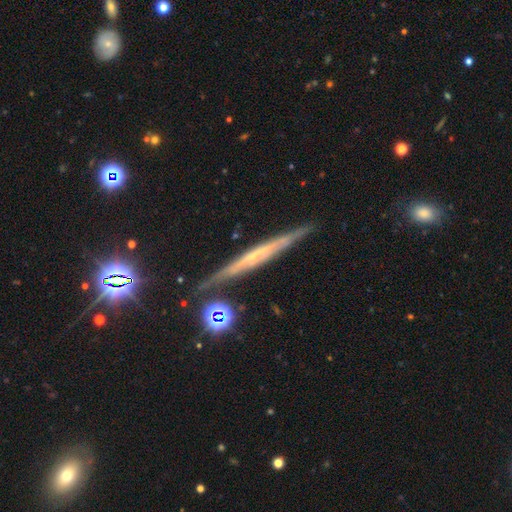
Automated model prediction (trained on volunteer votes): Smooth or featured?
  - featured or disk: 66% *
  - smooth: 22%
  - star or artifact: 12%
Edge-on disk?
  - yes: 95% *
  - no: 5%
Edge-on bulge?
  - none: 67% *
  - rounded: 22%
  - boxy: 11%
Merging?
  - none: 84% *
  - minor disturbance: 11%
  - major disturbance: 3%
  - merger: 2%